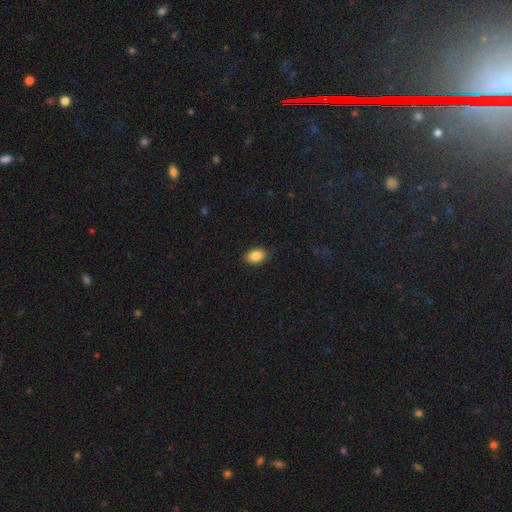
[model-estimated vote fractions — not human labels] smooth-or-featured: smooth: 86% | star or artifact: 8% | featured or disk: 6%
  how-rounded: in between: 88% | round: 11% | cigar-shaped: 1%
  merging: none: 87% | minor disturbance: 10% | major disturbance: 2% | merger: 1%